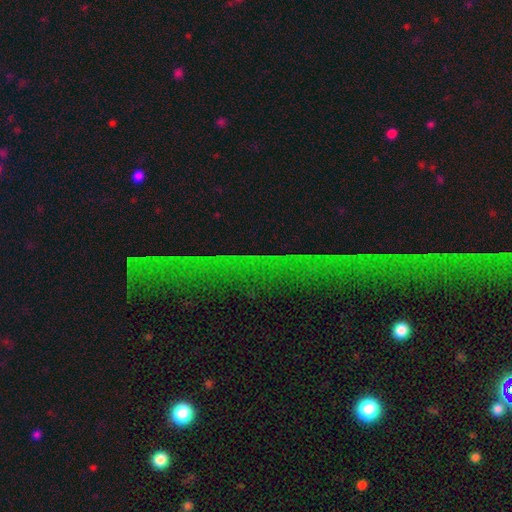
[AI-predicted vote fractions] This is likely a star or artifact rather than a galaxy (75%).